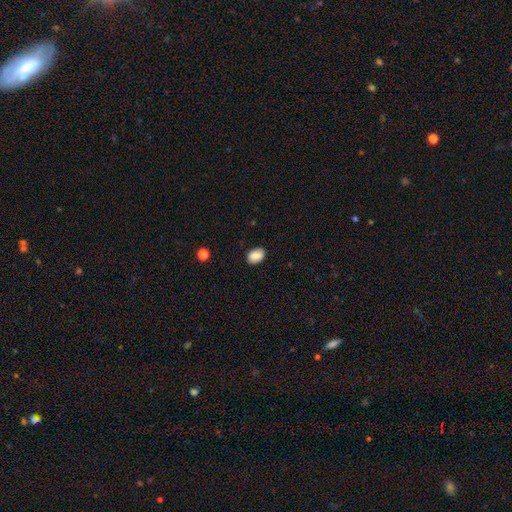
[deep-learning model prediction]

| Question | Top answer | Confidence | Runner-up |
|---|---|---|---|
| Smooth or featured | smooth | 85% | star or artifact (8%) |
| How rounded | in between | 82% | round (16%) |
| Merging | none | 86% | minor disturbance (11%) |